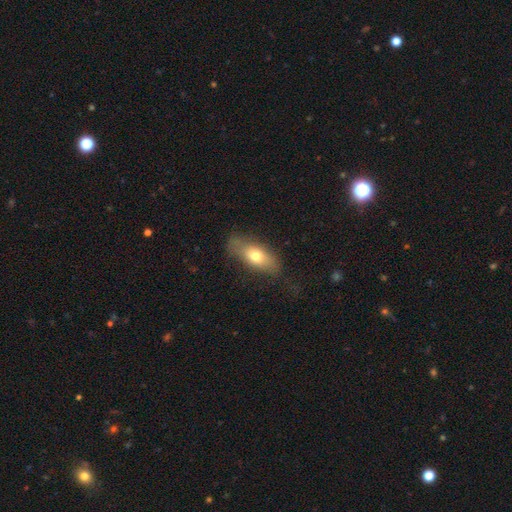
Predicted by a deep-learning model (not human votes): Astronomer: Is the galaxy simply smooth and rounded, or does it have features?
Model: smooth — 68%.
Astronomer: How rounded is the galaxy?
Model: in between — 79%.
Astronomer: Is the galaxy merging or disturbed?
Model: none — 68%.